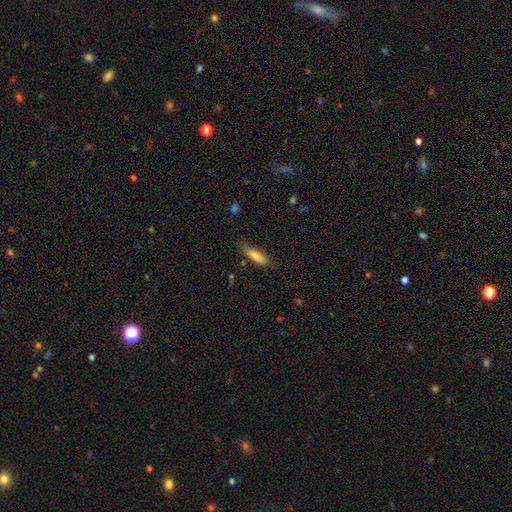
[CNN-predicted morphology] type=smooth (74%); roundness=cigar-shaped (61%); merging=none (82%).